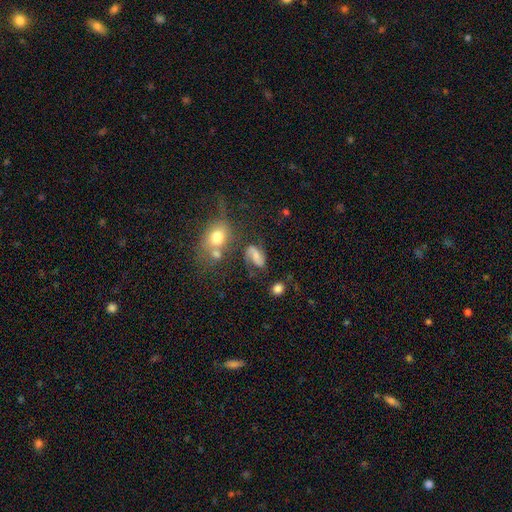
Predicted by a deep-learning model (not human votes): A featured or disk galaxy (51%).

Vote fractions:
- Smooth or featured? featured or disk: 51% / smooth: 36% / star or artifact: 13%
- Edge-on disk? no: 96% / yes: 4%
- Merging? none: 54% / minor disturbance: 22% / major disturbance: 14% / merger: 10%